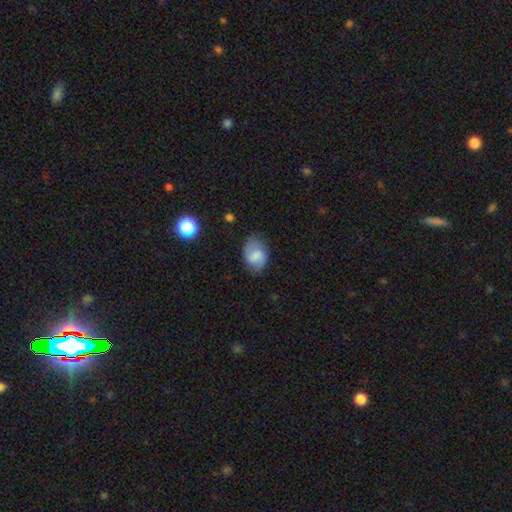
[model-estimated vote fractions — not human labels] Q: Smooth or featured?
A: smooth (51%); runner-up: featured or disk (41%)
Q: How rounded?
A: in between (79%); runner-up: round (20%)
Q: Merging?
A: none (71%); runner-up: minor disturbance (21%)